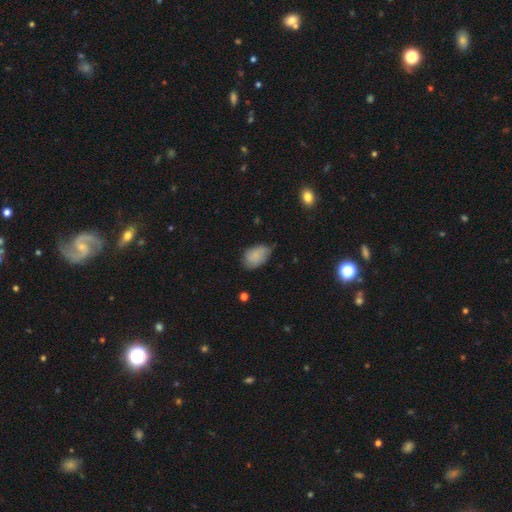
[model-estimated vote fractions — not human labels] smooth 76%, featured or disk 16%, star or artifact 8%. Down the decision tree: how rounded — in between (89%); merging — none (52%).